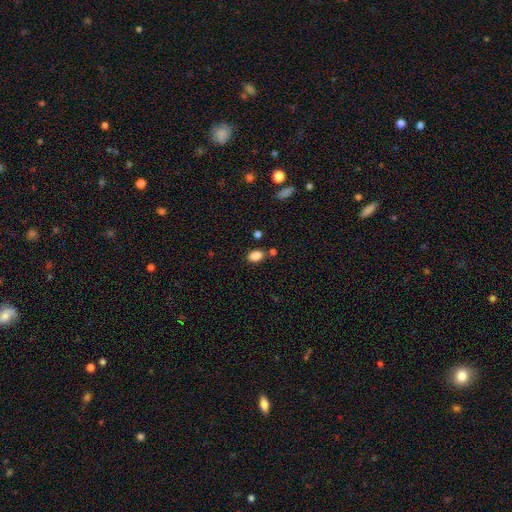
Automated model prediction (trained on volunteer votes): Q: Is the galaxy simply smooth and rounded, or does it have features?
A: smooth — 86%.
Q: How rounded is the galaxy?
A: in between — 80%.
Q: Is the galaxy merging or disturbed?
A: none — 76%.